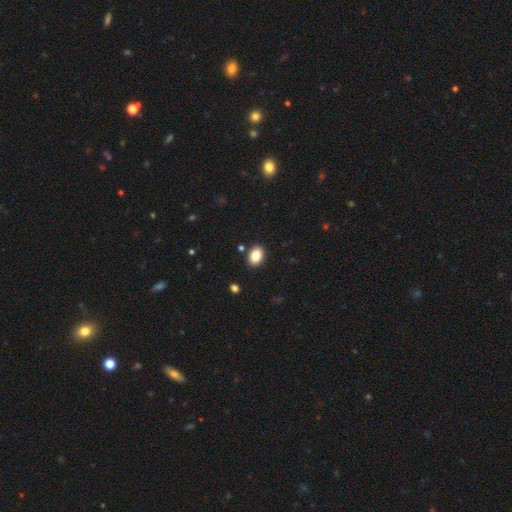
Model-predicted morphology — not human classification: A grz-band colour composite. It shows a smooth galaxy with no disk features (86%) that is in between round and cigar-shaped (79%). Merging: none (88%).